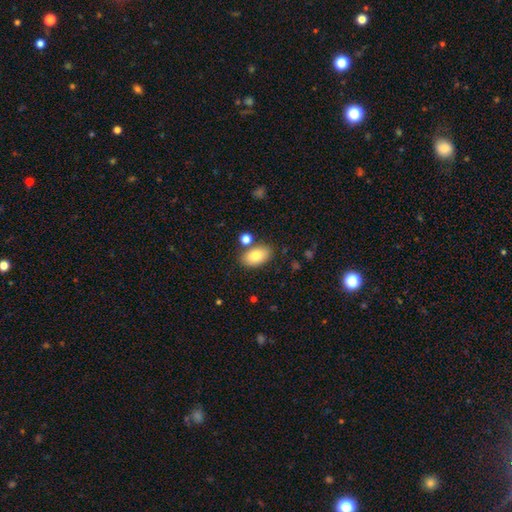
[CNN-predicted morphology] This appears to be a smooth galaxy with no disk features (81%) that is in between round and cigar-shaped (92%). Merging: none (76%).